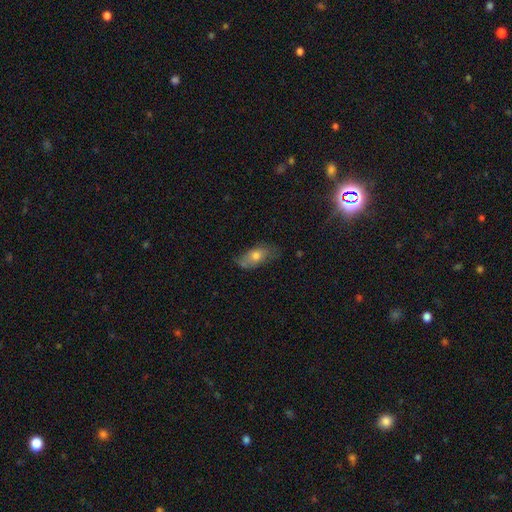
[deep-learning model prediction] This is likely a smooth galaxy (63%). How rounded: clearly in between (85%). Merging: possibly none (58%).